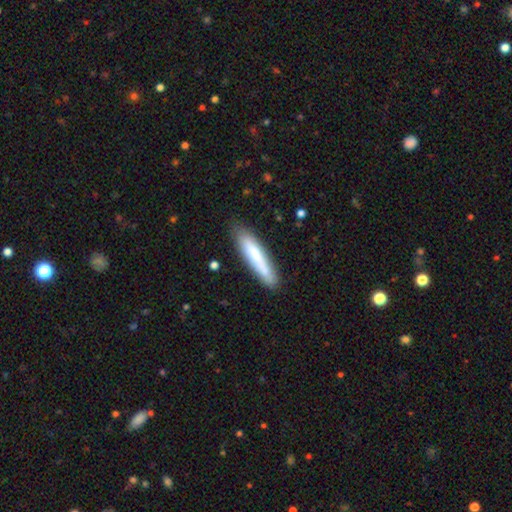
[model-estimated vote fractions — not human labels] smooth 69%, featured or disk 25%, star or artifact 6%. Down the decision tree: how rounded — cigar-shaped (85%); merging — none (81%).